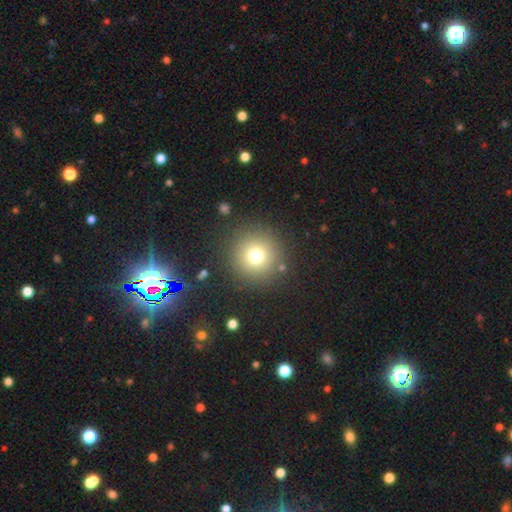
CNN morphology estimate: Smooth or featured: smooth — 73% (star or artifact — 17%)
How rounded: round — 96% (in between — 3%)
Merging: none — 88% (minor disturbance — 6%)